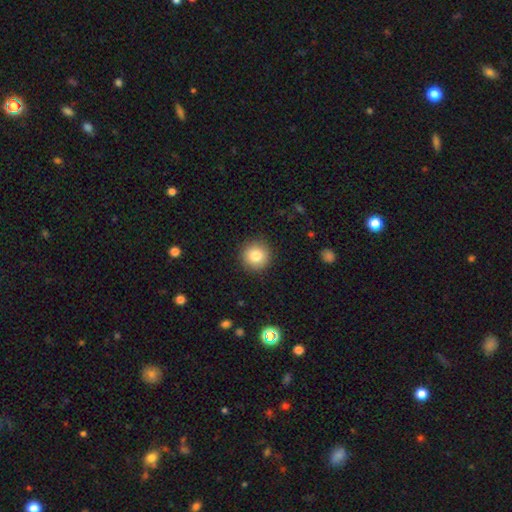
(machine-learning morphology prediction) smooth-or-featured: smooth: 81% | star or artifact: 10% | featured or disk: 9%
  how-rounded: round: 95% | in between: 4% | cigar-shaped: 1%
  merging: none: 91% | minor disturbance: 6% | major disturbance: 2% | merger: 1%